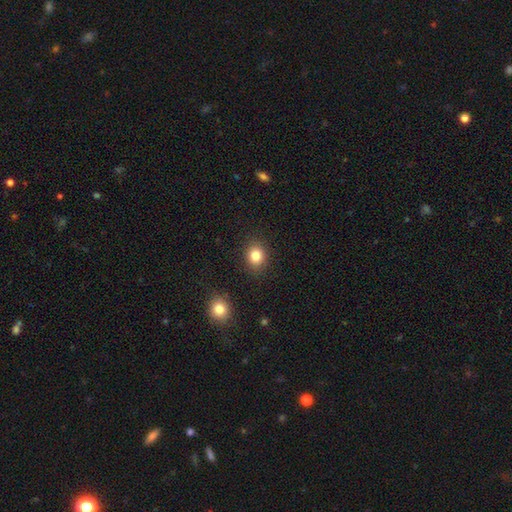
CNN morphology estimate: Smooth or featured? smooth (83%)
How rounded? round (70%)
Merging? none (88%)